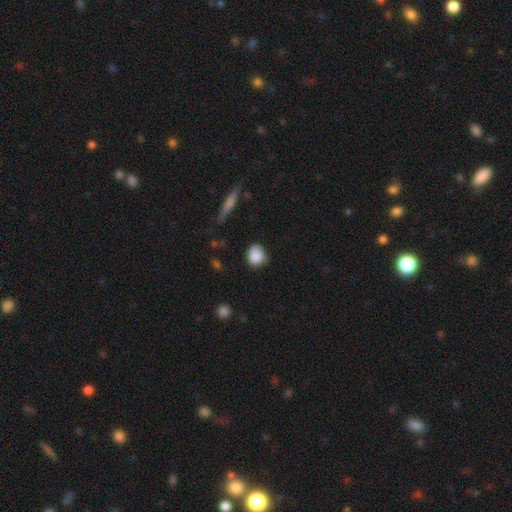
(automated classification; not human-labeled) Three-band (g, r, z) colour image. It shows a smooth galaxy with no disk features (87%) that is round (69%). Merging: none (69%).